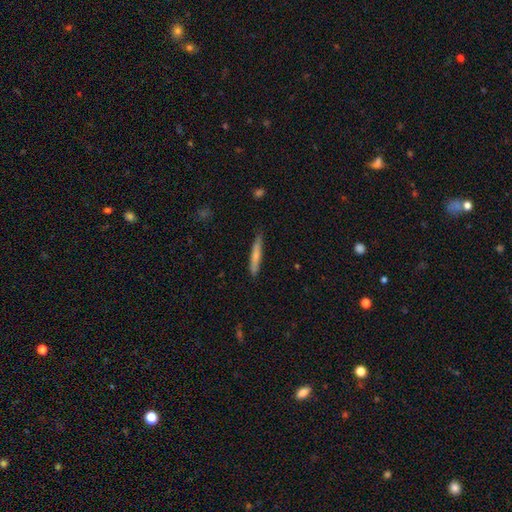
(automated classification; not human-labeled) Smooth or featured? smooth (68%)
How rounded? cigar-shaped (94%)
Merging? none (85%)